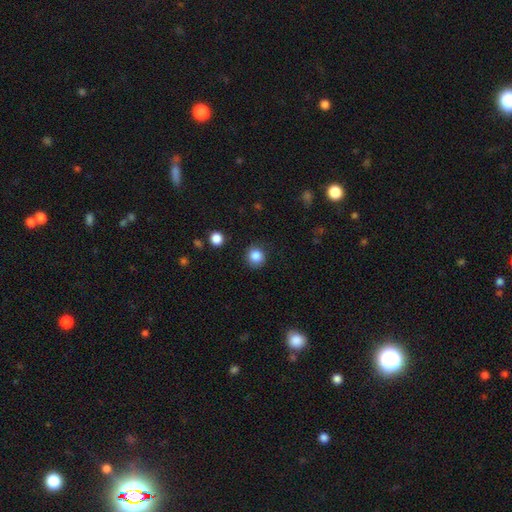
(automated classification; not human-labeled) A smooth galaxy with no disk features (85%) that is round (90%). Merging: none (86%).